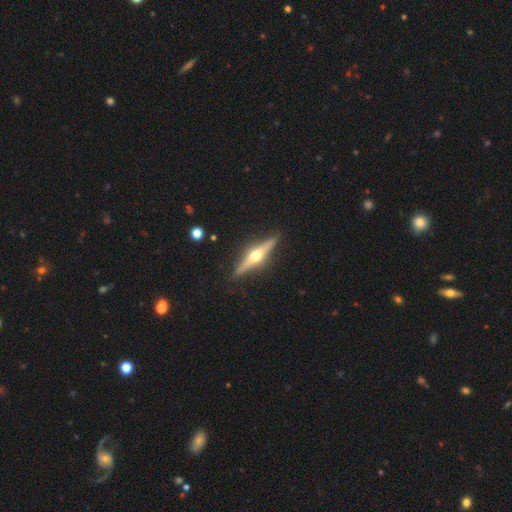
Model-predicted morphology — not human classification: type=featured or disk (76%); edge-on=yes (97%); edge-on bulge=rounded (96%); merging=none (89%).